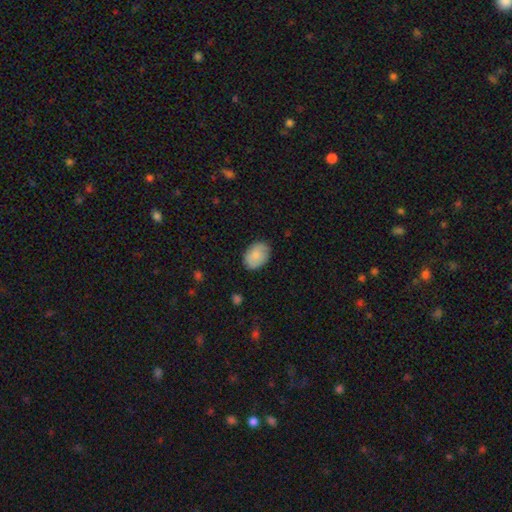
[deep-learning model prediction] Overall: smooth (82%). How rounded: in between (82%). Merging: none (83%).